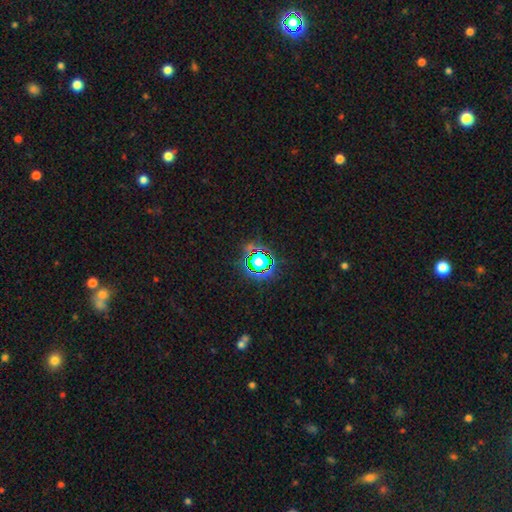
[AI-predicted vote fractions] smooth-or-featured: star or artifact: 77% | smooth: 15% | featured or disk: 8%